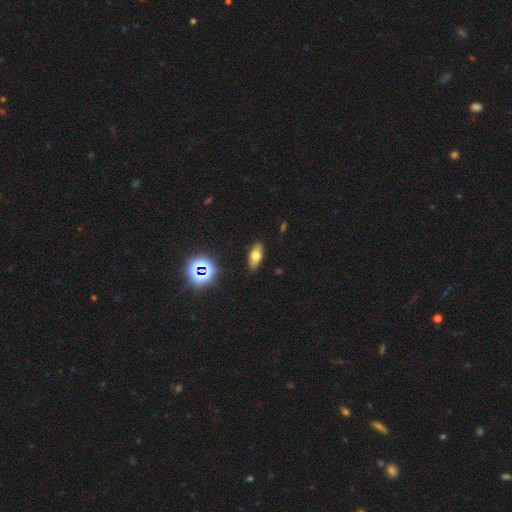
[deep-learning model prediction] Morphology: type=smooth (64%); roundness=in between (77%); merging=none (89%).